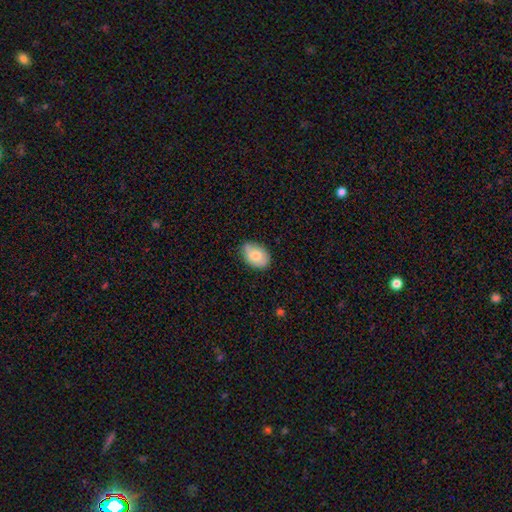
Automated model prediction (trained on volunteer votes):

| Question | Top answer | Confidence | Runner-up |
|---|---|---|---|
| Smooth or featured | smooth | 78% | featured or disk (15%) |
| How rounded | in between | 81% | round (18%) |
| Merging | none | 74% | minor disturbance (21%) |